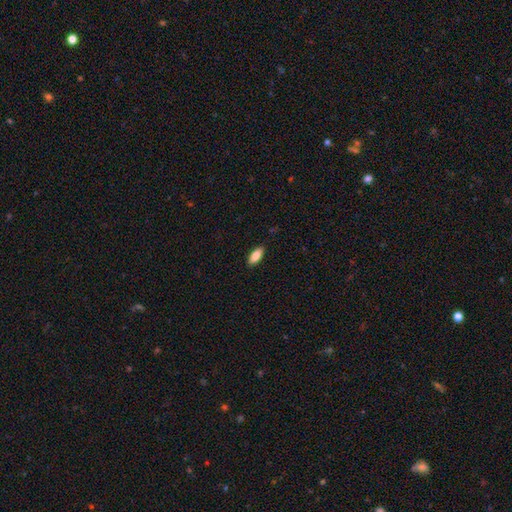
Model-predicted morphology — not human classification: Smooth or featured? Predicted: smooth (p=0.84). How rounded? Predicted: in between (p=0.81). Merging? Predicted: none (p=0.89).